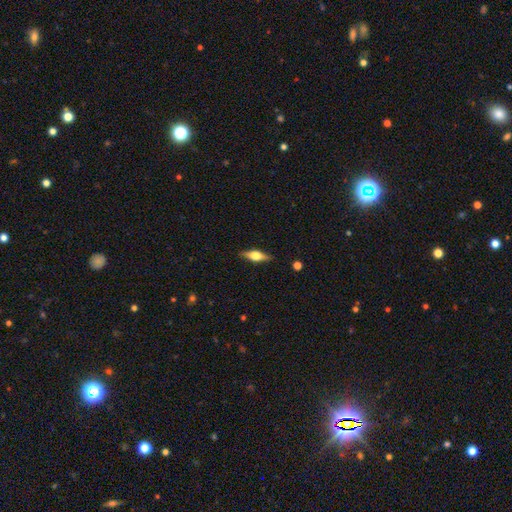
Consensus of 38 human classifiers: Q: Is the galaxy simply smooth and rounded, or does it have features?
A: featured or disk — 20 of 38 (53%).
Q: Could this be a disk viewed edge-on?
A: yes — 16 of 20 (80%).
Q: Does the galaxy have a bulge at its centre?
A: rounded — 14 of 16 (88%).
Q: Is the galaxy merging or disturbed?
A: none — 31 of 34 (91%).